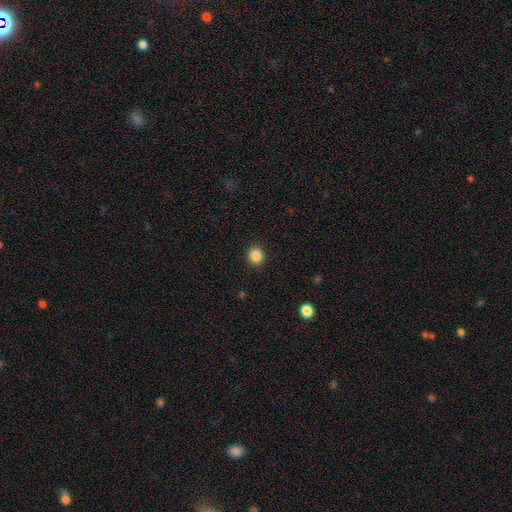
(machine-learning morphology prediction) Smooth or featured: smooth — 87% (star or artifact — 10%)
How rounded: round — 80% (in between — 19%)
Merging: none — 91% (minor disturbance — 6%)